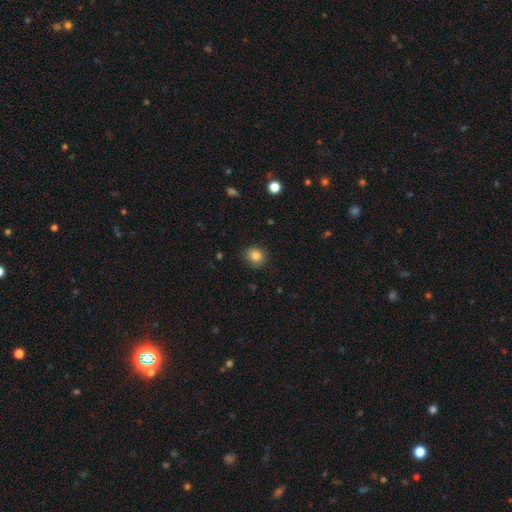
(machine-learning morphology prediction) Overall: smooth (84%). How rounded: round (84%). Merging: none (86%).